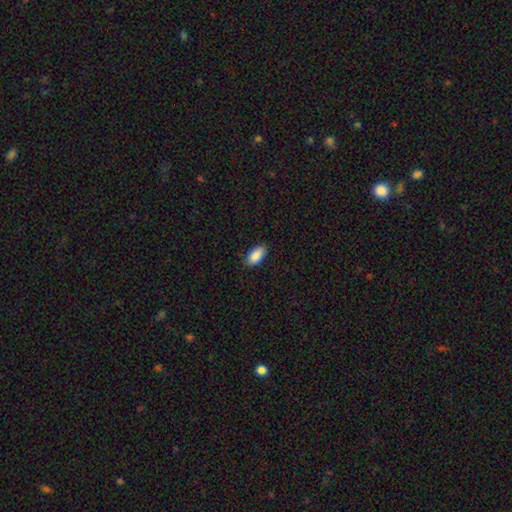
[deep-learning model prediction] Morphology: type=smooth (89%); roundness=in between (93%); merging=none (85%).